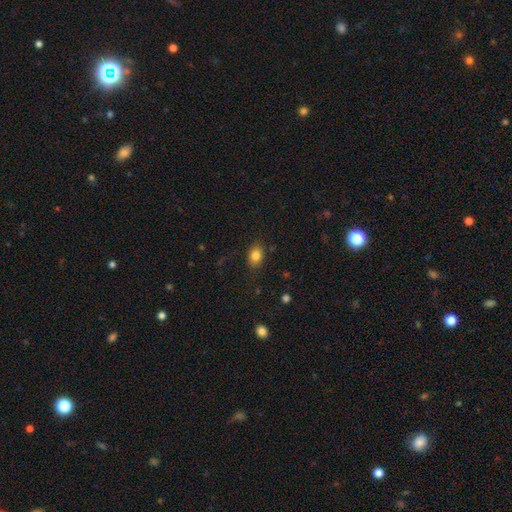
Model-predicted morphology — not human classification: smooth 82%, star or artifact 10%, featured or disk 8%. Down the decision tree: how rounded — in between (72%); merging — none (84%).